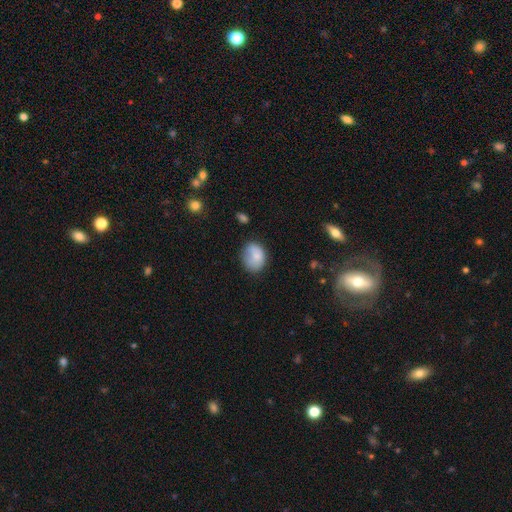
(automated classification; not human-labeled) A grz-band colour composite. It shows a smooth galaxy with no disk features (81%) that is in between round and cigar-shaped (54%). Merging: none (59%).